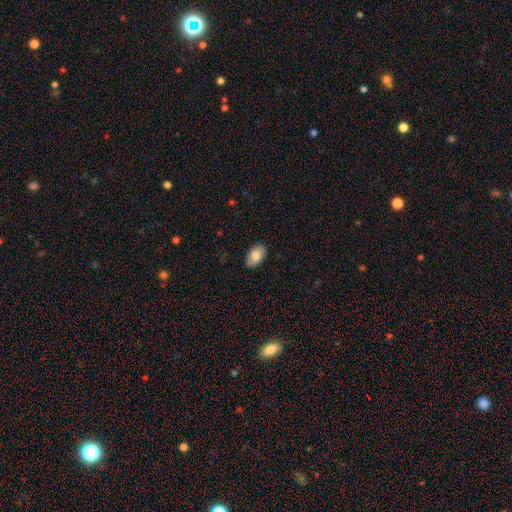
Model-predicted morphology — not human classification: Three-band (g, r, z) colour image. It shows a smooth galaxy with no disk features (81%) that is in between round and cigar-shaped (94%). Merging: none (85%).